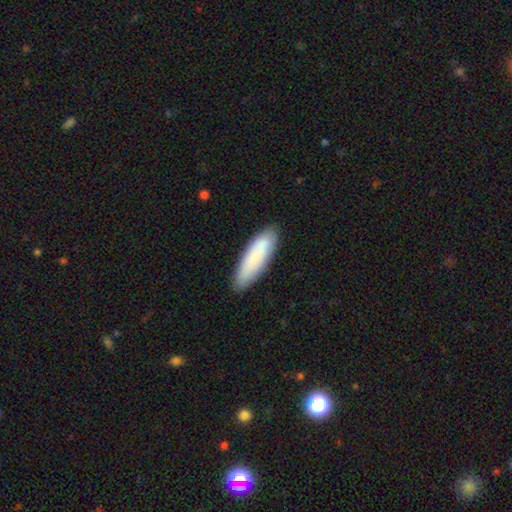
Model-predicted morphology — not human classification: Smooth or featured? smooth (82%)
How rounded? cigar-shaped (58%)
Merging? none (84%)